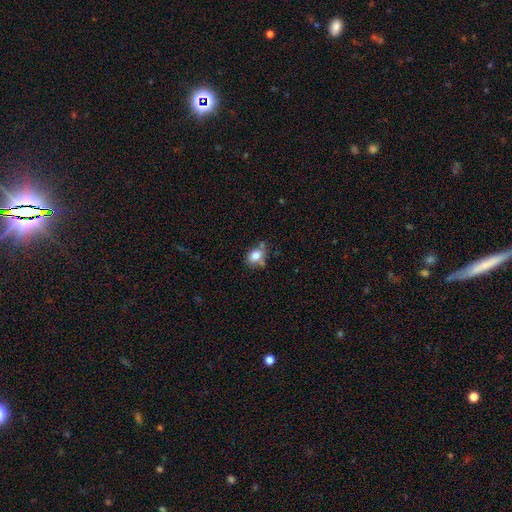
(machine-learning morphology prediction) Overall: smooth (78%). How rounded: in between (60%; round 39%). Merging: none (54%; minor disturbance 24%).